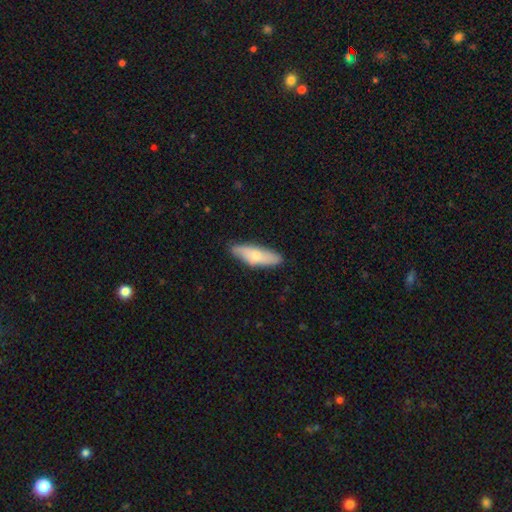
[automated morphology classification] The model was most divided on "how rounded": in between: 52%, cigar-shaped: 46%, round: 2%. More confident: merging — none (78%); smooth or featured — smooth (66%).